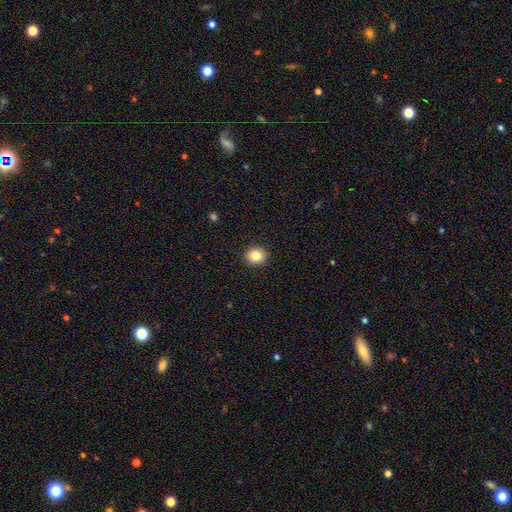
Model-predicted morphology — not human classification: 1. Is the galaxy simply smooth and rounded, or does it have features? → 84% smooth, 10% star or artifact, 6% featured or disk.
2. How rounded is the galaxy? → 73% round, 26% in between, 1% cigar-shaped.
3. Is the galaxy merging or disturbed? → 91% none, 6% minor disturbance, 2% major disturbance, 1% merger.